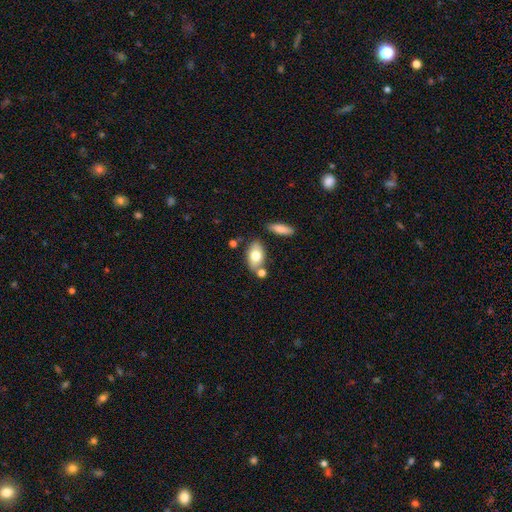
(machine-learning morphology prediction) This is likely a smooth galaxy (73%). How rounded: clearly in between (89%). Merging: likely none (69%).